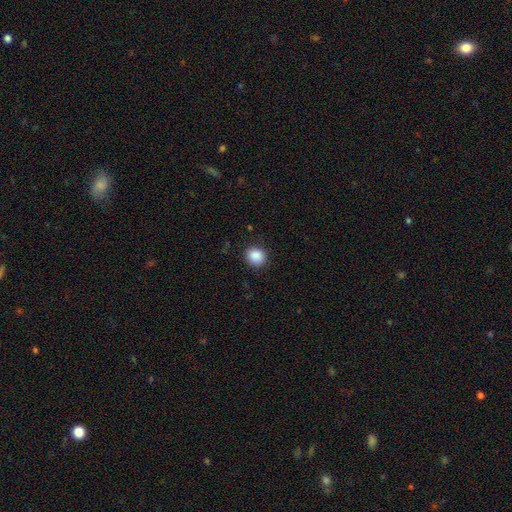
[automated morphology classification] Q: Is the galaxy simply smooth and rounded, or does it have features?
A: smooth — 88%.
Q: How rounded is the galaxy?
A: round — 73%.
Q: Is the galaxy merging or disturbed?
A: none — 86%.